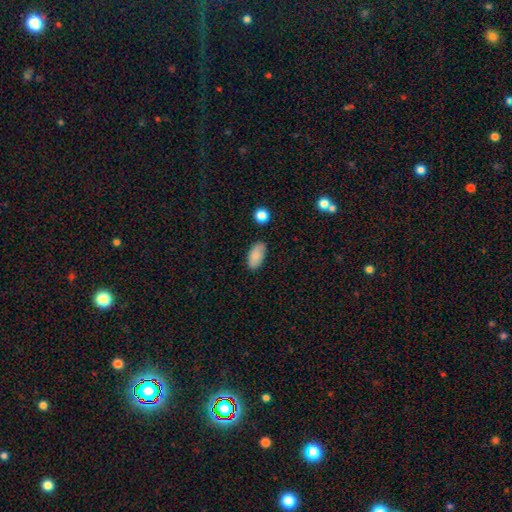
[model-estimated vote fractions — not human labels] Smooth or featured: smooth — 86% (star or artifact — 8%)
How rounded: in between — 94% (cigar-shaped — 3%)
Merging: none — 83% (minor disturbance — 13%)